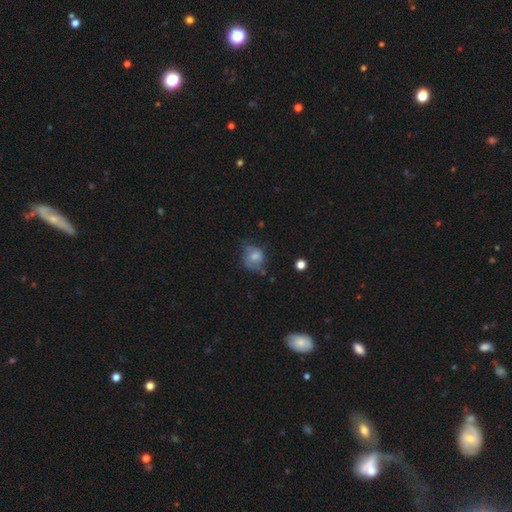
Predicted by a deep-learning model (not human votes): Q: Smooth or featured?
A: smooth (63%); runner-up: featured or disk (27%)
Q: How rounded?
A: round (57%); runner-up: in between (42%)
Q: Merging?
A: none (43%); runner-up: minor disturbance (33%)